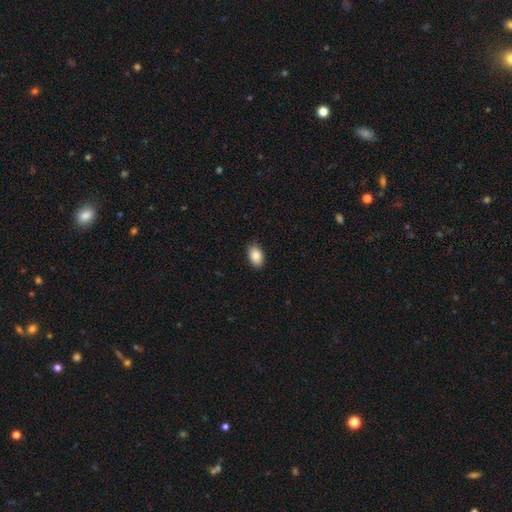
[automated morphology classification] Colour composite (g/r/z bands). It shows a smooth galaxy with no disk features (86%) that is in between round and cigar-shaped (90%). Merging: none (88%).